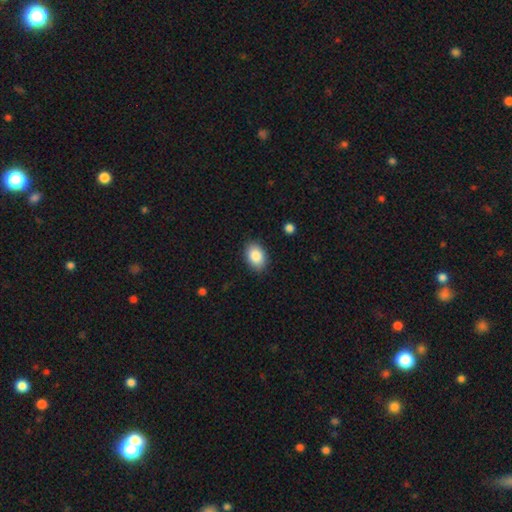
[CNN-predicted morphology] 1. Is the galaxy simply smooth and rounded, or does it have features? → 87% smooth, 7% star or artifact, 6% featured or disk.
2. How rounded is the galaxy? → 83% in between, 16% round, 1% cigar-shaped.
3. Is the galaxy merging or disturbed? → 86% none, 10% minor disturbance, 2% major disturbance, 1% merger.